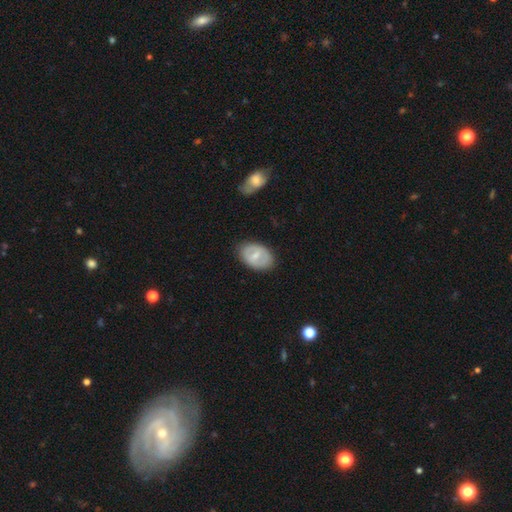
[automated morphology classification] Smooth or featured? Predicted: smooth (p=0.48). Merging? Predicted: none (p=0.83).